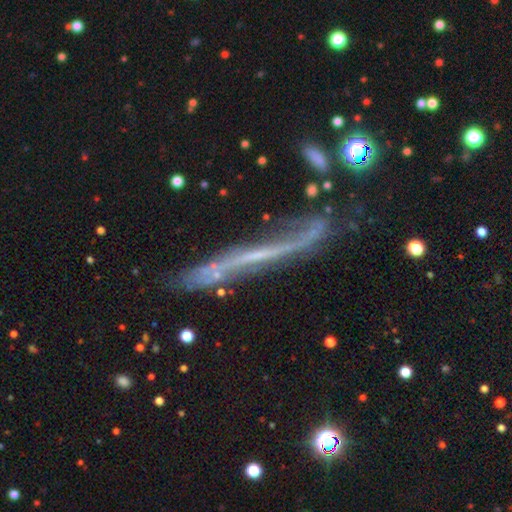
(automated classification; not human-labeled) Q: Smooth or featured?
A: featured or disk (70%); runner-up: smooth (18%)
Q: Edge-on disk?
A: yes (71%); runner-up: no (29%)
Q: Edge-on bulge?
A: none (84%); runner-up: rounded (9%)
Q: Merging?
A: none (47%); runner-up: minor disturbance (25%)